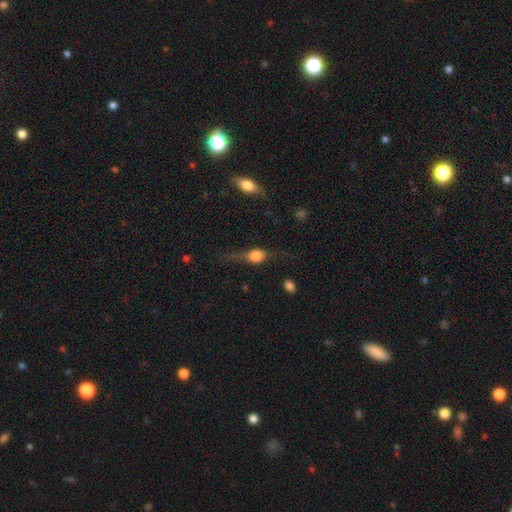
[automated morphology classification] A smooth galaxy with no disk features (45%). Merging: none (54%).